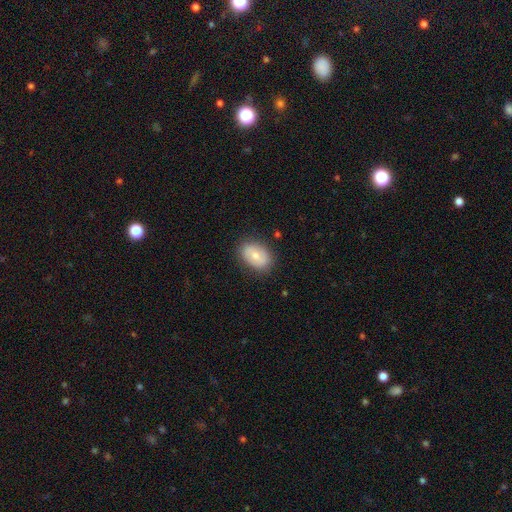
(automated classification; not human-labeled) A smooth galaxy with no disk features (63%) that is in between round and cigar-shaped (81%).

Vote fractions:
- Smooth or featured? smooth: 63% / featured or disk: 30% / star or artifact: 7%
- How rounded? in between: 81% / round: 18% / cigar-shaped: 1%
- Merging? none: 82% / minor disturbance: 13% / major disturbance: 4% / merger: 1%